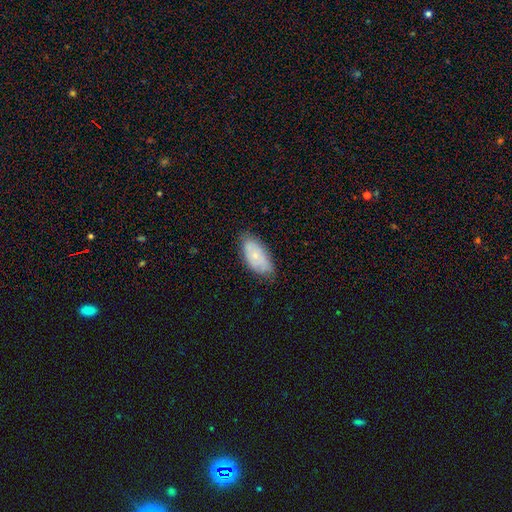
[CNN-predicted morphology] type=smooth (64%); roundness=in between (92%); merging=none (75%).